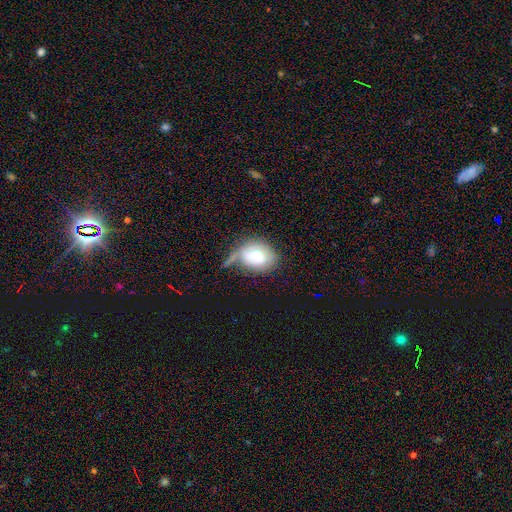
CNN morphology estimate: type=smooth (48%); merging=none (43%).